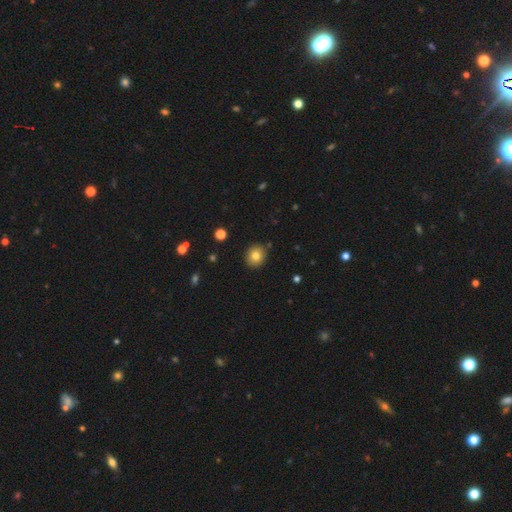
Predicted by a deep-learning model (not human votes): This is likely a smooth galaxy (79%). How rounded: clearly round (82%). Merging: clearly none (89%).